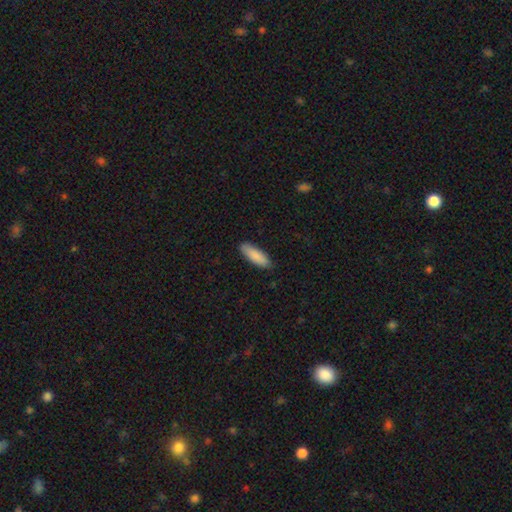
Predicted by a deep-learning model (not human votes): Smooth or featured? smooth (88%)
How rounded? in between (53%)
Merging? none (87%)